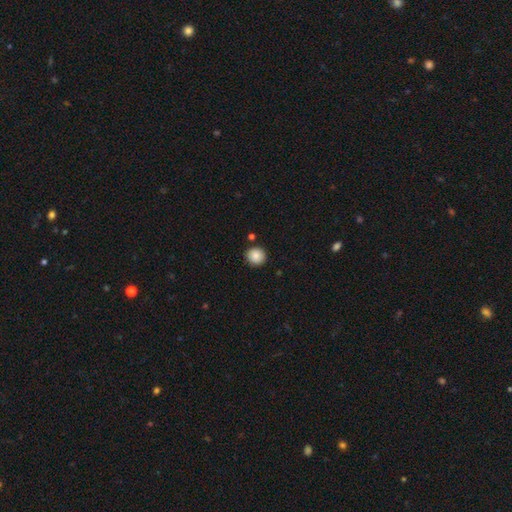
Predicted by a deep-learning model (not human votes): Smooth or featured? Predicted: smooth (p=0.87). How rounded? Predicted: round (p=0.91). Merging? Predicted: none (p=0.88).